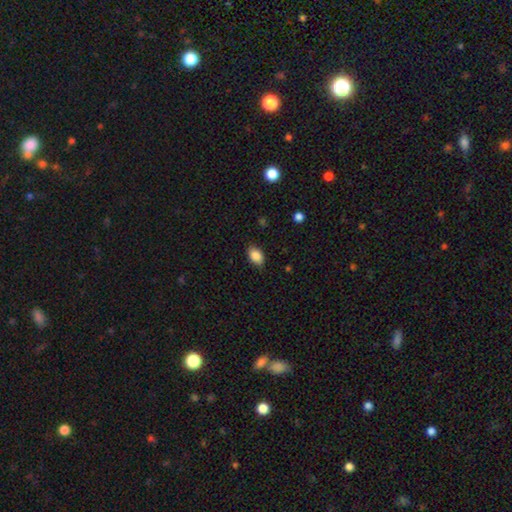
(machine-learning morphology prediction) A smooth galaxy with no disk features (86%) that is in between round and cigar-shaped (86%). Merging: none (83%).